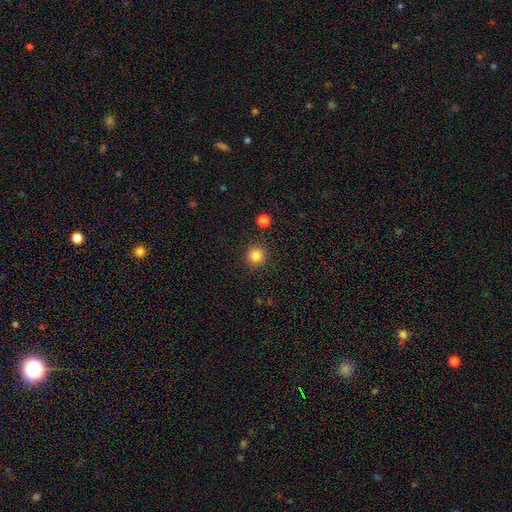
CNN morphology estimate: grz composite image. It shows a smooth galaxy with no disk features (85%) that is round (94%). Merging: none (90%).